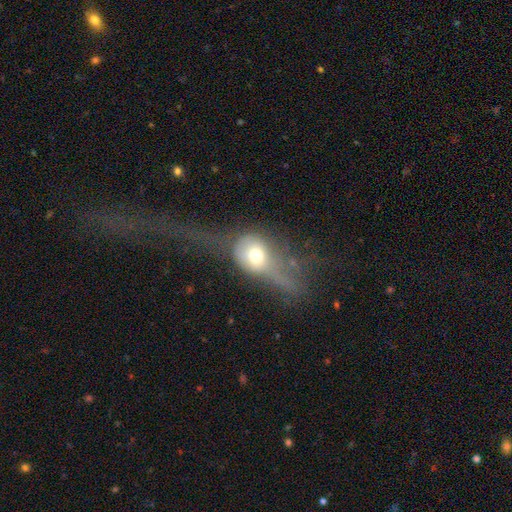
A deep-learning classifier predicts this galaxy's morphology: smooth-or-featured: smooth: 57% | featured or disk: 32% | star or artifact: 11%
  how-rounded: round: 50% | in between: 46% | cigar-shaped: 4%
  merging: major disturbance: 63% | none: 14% | minor disturbance: 14% | merger: 9%